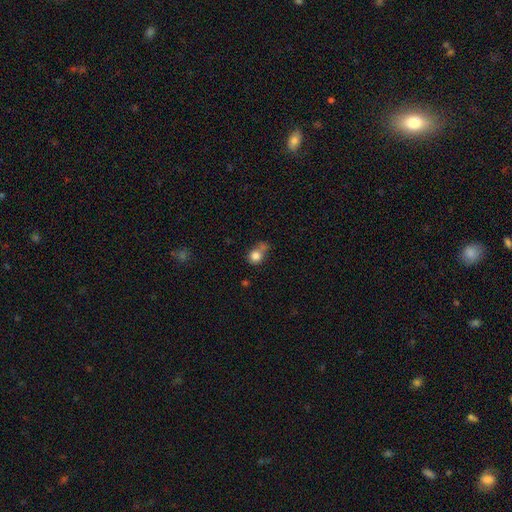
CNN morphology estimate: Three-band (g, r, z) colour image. It shows a smooth galaxy with no disk features (81%) that is round (75%). Merging: none (40%).